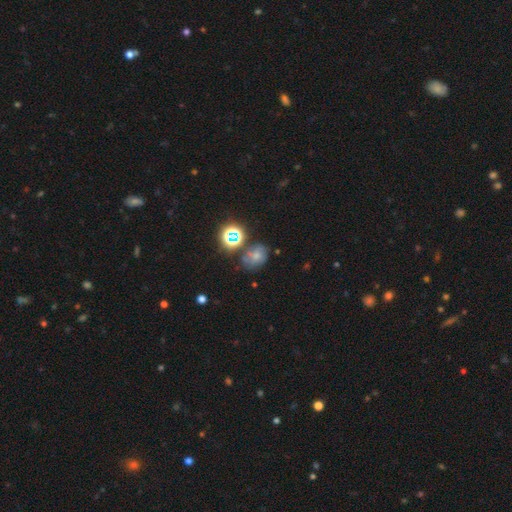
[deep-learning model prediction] smooth-or-featured: smooth: 49% | star or artifact: 29% | featured or disk: 22%
  merging: none: 54% | minor disturbance: 23% | merger: 13% | major disturbance: 10%